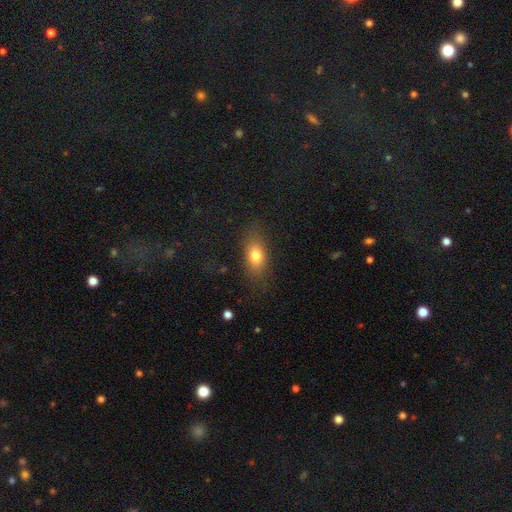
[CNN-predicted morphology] The model was most divided on "smooth or featured": smooth: 76%, featured or disk: 14%, star or artifact: 9%. More confident: how rounded — in between (80%); merging — none (78%).